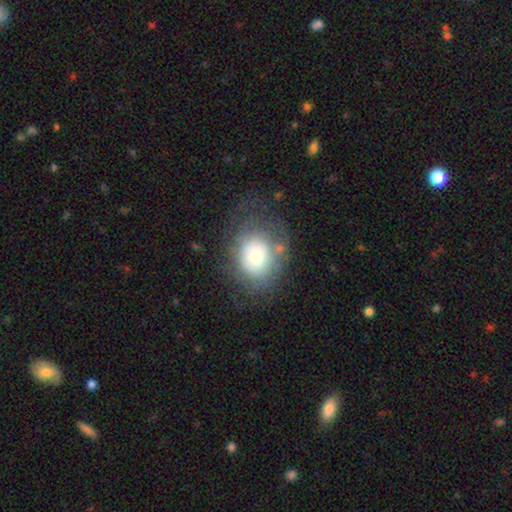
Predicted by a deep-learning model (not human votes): Morphology: type=smooth (56%); roundness=in between (56%); merging=none (58%).